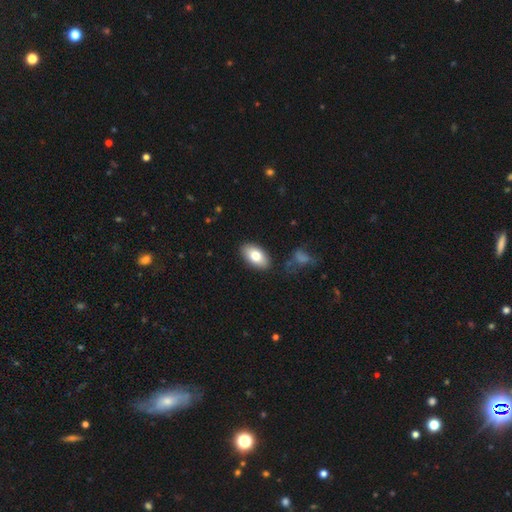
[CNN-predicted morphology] A smooth galaxy with no disk features (75%) that is in between round and cigar-shaped (93%).

Vote fractions:
- Smooth or featured? smooth: 75% / featured or disk: 18% / star or artifact: 7%
- How rounded? in between: 93% / round: 4% / cigar-shaped: 3%
- Merging? none: 87% / minor disturbance: 9% / major disturbance: 2% / merger: 2%